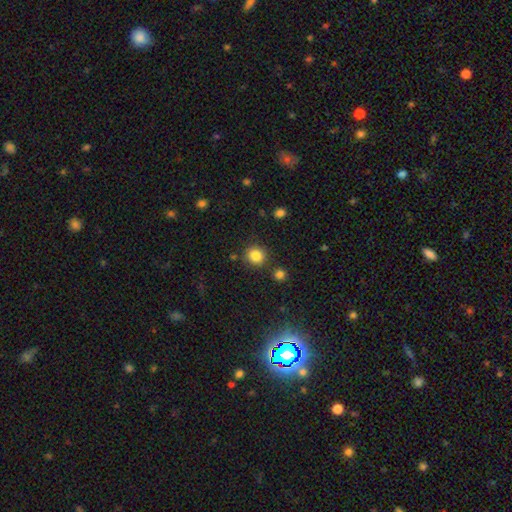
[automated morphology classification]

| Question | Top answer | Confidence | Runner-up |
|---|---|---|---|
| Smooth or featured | smooth | 84% | star or artifact (11%) |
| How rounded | round | 89% | in between (10%) |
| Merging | none | 85% | minor disturbance (8%) |